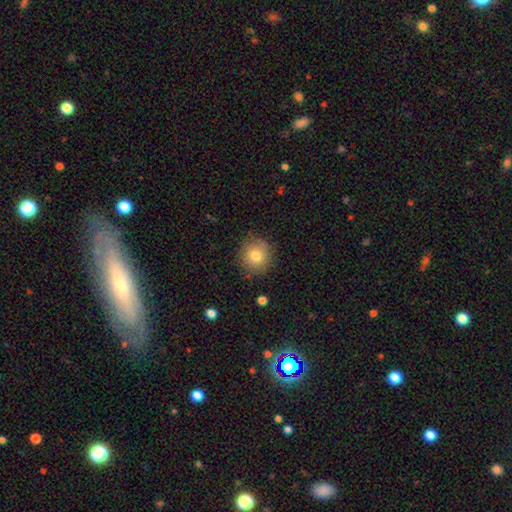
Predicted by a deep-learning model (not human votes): Smooth or featured?
  - smooth: 78% *
  - featured or disk: 11%
  - star or artifact: 11%
How rounded?
  - round: 93% *
  - in between: 6%
  - cigar-shaped: 1%
Merging?
  - none: 84% *
  - minor disturbance: 11%
  - major disturbance: 3%
  - merger: 2%